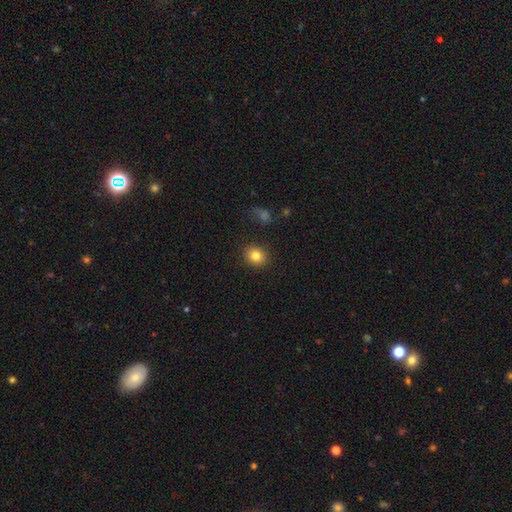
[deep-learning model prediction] A smooth galaxy with no disk features (82%) that is round (75%).

Vote fractions:
- Smooth or featured? smooth: 82% / star or artifact: 11% / featured or disk: 7%
- How rounded? round: 75% / in between: 24% / cigar-shaped: 1%
- Merging? none: 88% / minor disturbance: 7% / major disturbance: 3% / merger: 2%